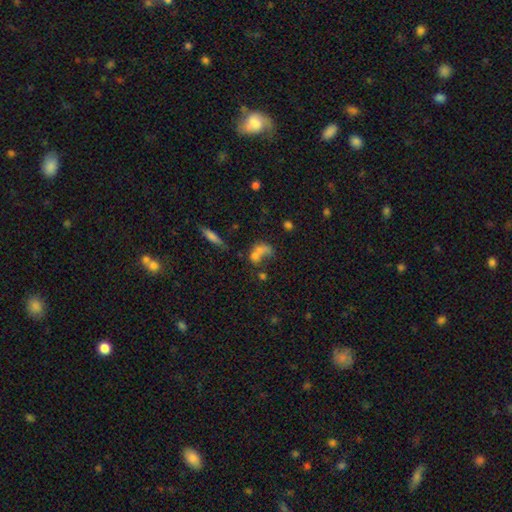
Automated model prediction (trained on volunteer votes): smooth-or-featured: smooth: 62% | featured or disk: 23% | star or artifact: 15%
  how-rounded: in between: 59% | round: 31% | cigar-shaped: 9%
  merging: merger: 50% | none: 24% | major disturbance: 16% | minor disturbance: 10%